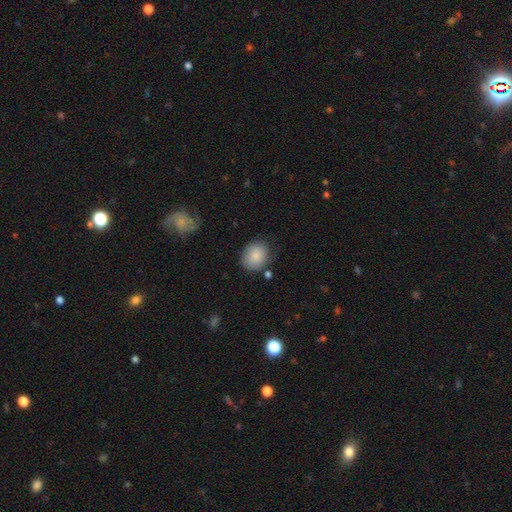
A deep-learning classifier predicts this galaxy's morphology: This is clearly a smooth galaxy (84%). How rounded: likely round (61%). Merging: likely none (70%).